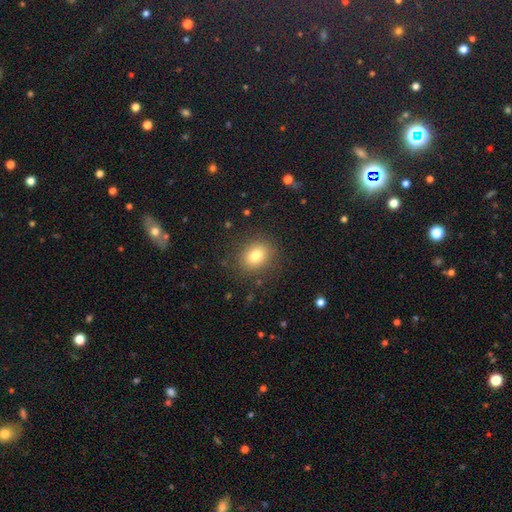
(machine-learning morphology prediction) Smooth or featured? smooth (79%)
How rounded? round (58%)
Merging? none (86%)